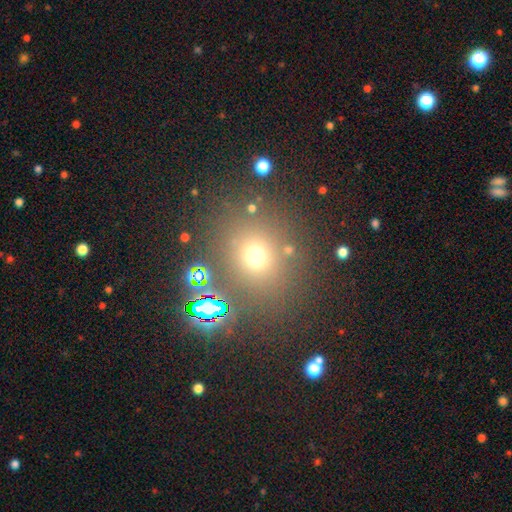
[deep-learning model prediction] This is likely a smooth galaxy (65%). How rounded: likely round (77%). Merging: likely none (79%).